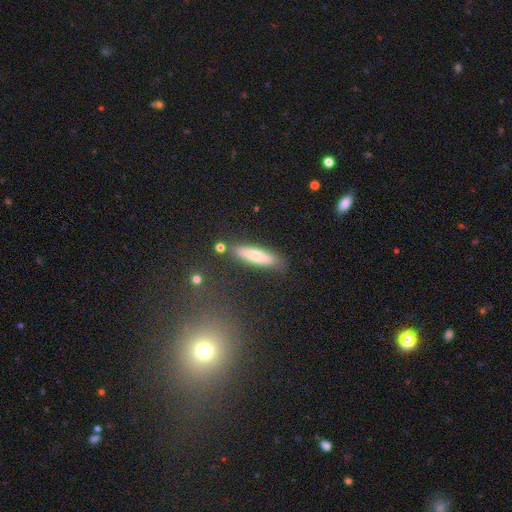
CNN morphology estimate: A smooth galaxy with no disk features (68%) that is cigar-shaped (70%). Merging: none (79%).